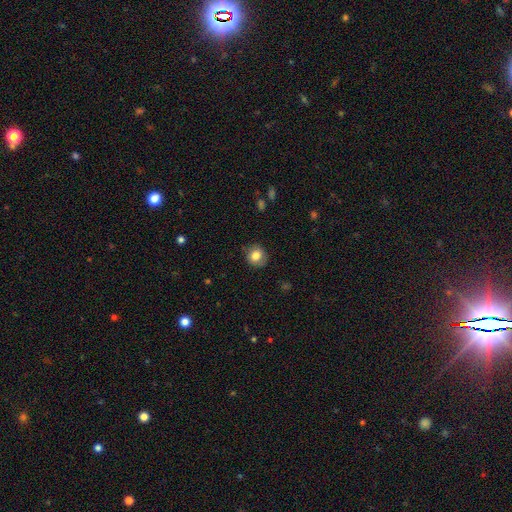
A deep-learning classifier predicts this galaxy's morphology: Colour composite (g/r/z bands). It shows a smooth galaxy with no disk features (81%) that is round (83%). Merging: none (83%).